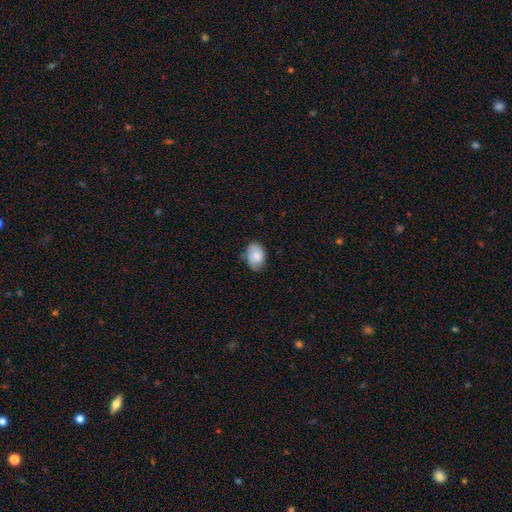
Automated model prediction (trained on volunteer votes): The model was most divided on "merging": none: 69%, minor disturbance: 25%, major disturbance: 5%, merger: 1%. More confident: how rounded — in between (81%); smooth or featured — smooth (78%).